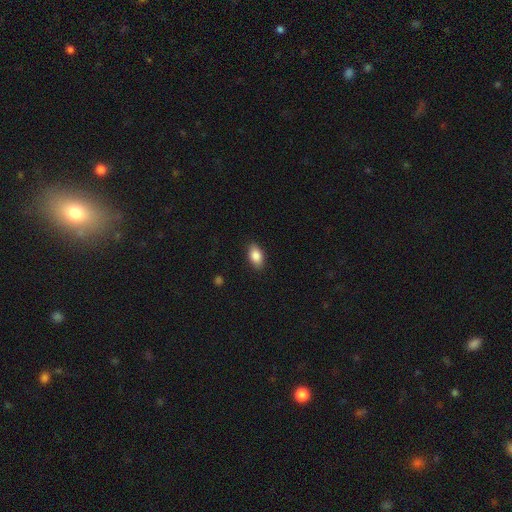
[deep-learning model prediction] This appears to be a smooth galaxy with no disk features (86%) that is in between round and cigar-shaped (91%). Merging: none (87%).